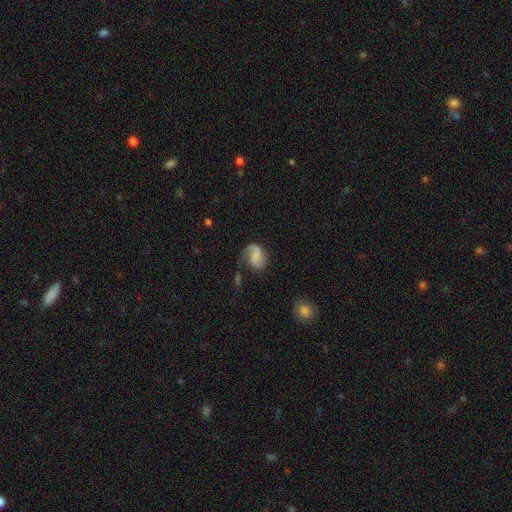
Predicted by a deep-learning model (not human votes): The model was most divided on "bar": no: 45%, weak: 40%, strong: 15%. Remaining: edge-on disk — no (98%); spiral arms — yes (92%); smooth or featured — featured or disk (65%); bulge size — none (59%); spiral arm count — 2 (50%); merging — none (46%); spiral winding — loose (45%).